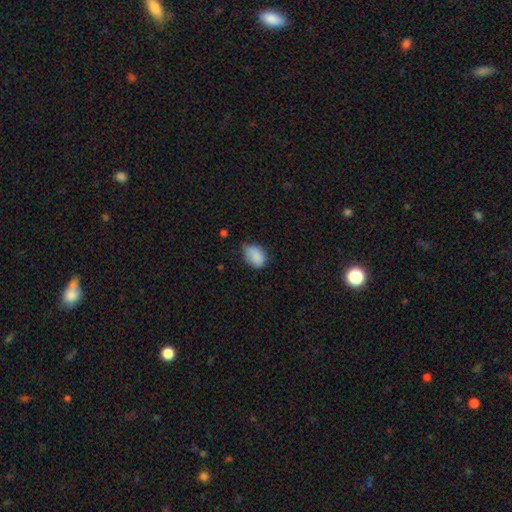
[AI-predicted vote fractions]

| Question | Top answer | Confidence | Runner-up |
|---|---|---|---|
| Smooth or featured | smooth | 86% | star or artifact (8%) |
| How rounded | in between | 79% | round (20%) |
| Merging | none | 57% | minor disturbance (35%) |